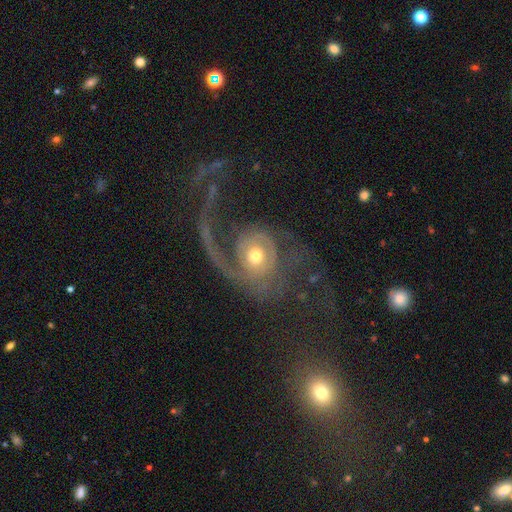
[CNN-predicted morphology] smooth-or-featured: featured or disk: 80% | smooth: 14% | star or artifact: 7%
  disk-edge-on: no: 97% | yes: 3%
    bar: no: 75% | weak: 19% | strong: 6%
    has-spiral-arms: yes: 86% | no: 14%
      spiral-winding: loose: 44% | medium: 33% | tight: 23%
      spiral-arm-count: 1: 50% | 2: 30% | can't tell: 10% | 3: 5% | 4: 3% | more than 4: 3%
    bulge-size: moderate: 65% | small: 26% | large: 6% | dominant: 1% | none: 1%
  merging: major disturbance: 54% | none: 30% | minor disturbance: 12% | merger: 4%